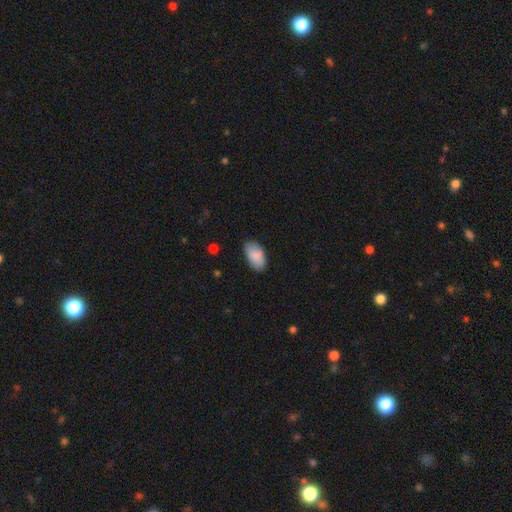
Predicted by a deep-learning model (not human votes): The model was most divided on "merging": none: 79%, minor disturbance: 17%, major disturbance: 3%, merger: 1%. More confident: how rounded — in between (94%); smooth or featured — smooth (86%).